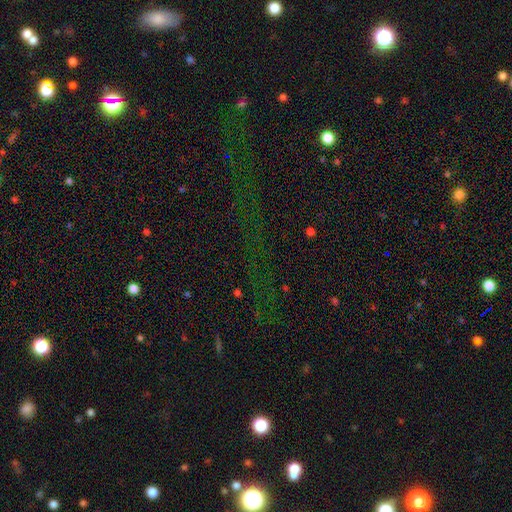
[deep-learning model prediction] Q: Smooth or featured?
A: star or artifact (70%); runner-up: smooth (19%)